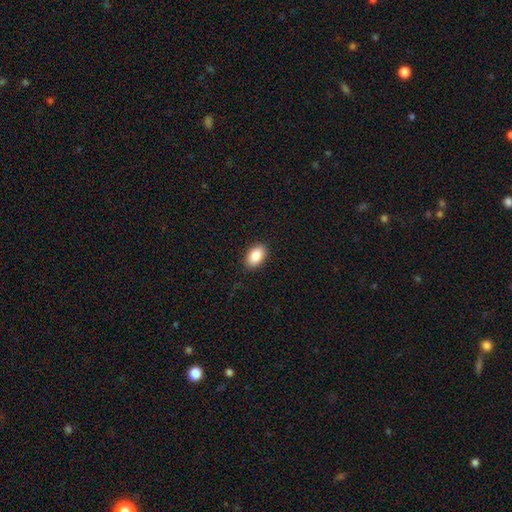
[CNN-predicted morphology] smooth-or-featured: smooth: 88% | star or artifact: 7% | featured or disk: 5%
  how-rounded: in between: 91% | round: 8% | cigar-shaped: 1%
  merging: none: 89% | minor disturbance: 8% | major disturbance: 2% | merger: 1%